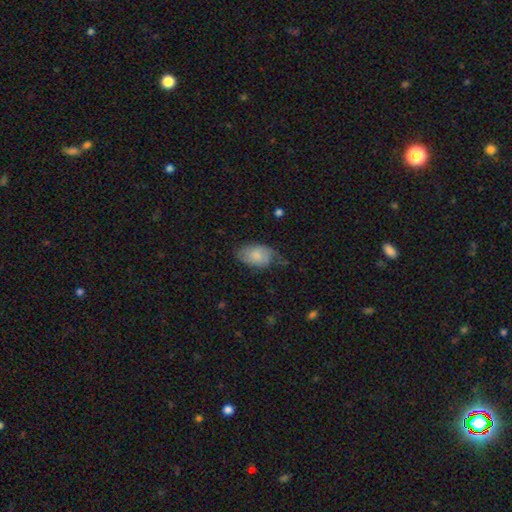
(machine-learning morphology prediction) This is likely a smooth galaxy (74%). How rounded: clearly in between (91%). Merging: possibly none (55%).